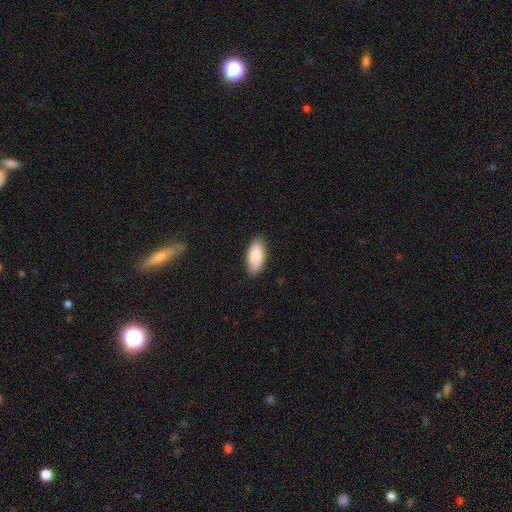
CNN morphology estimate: Smooth or featured? Predicted: smooth (p=0.86). How rounded? Predicted: in between (p=0.92). Merging? Predicted: none (p=0.86).